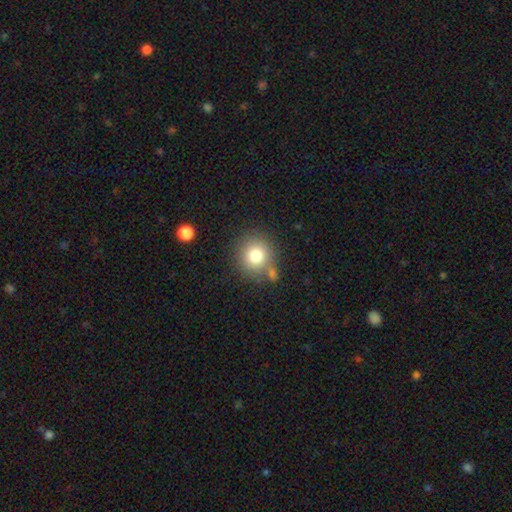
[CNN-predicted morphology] type=smooth (79%); roundness=round (89%); merging=none (72%).